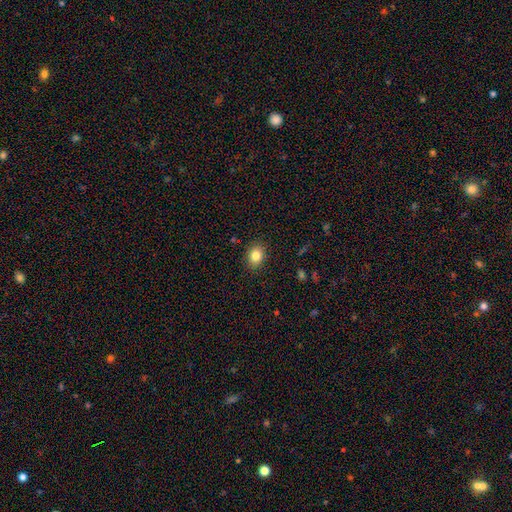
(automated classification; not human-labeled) Smooth or featured?
  - smooth: 83% *
  - star or artifact: 10%
  - featured or disk: 7%
How rounded?
  - in between: 61% *
  - round: 38%
  - cigar-shaped: 1%
Merging?
  - none: 89% *
  - minor disturbance: 8%
  - major disturbance: 2%
  - merger: 1%